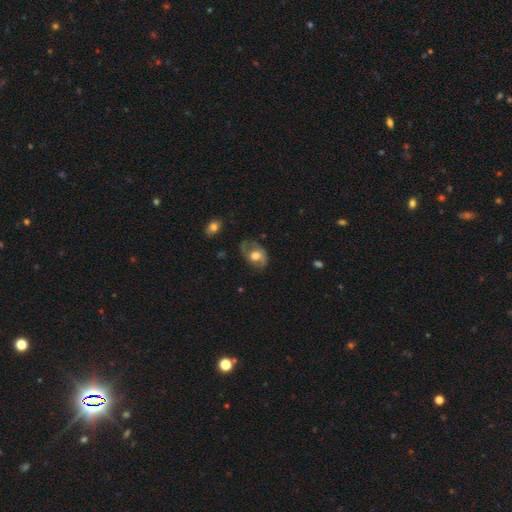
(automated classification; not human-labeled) A featured or disk galaxy (50%).

Vote fractions:
- Smooth or featured? featured or disk: 50% / smooth: 42% / star or artifact: 8%
- Edge-on disk? no: 95% / yes: 5%
- Merging? none: 59% / minor disturbance: 26% / major disturbance: 13% / merger: 2%